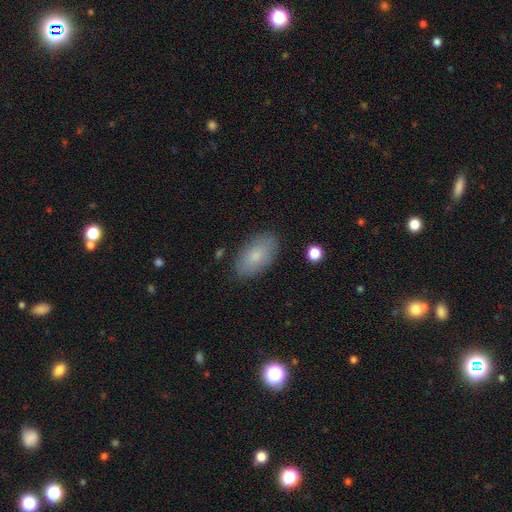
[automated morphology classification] Smooth or featured? Predicted: smooth (p=0.79). How rounded? Predicted: in between (p=0.94). Merging? Predicted: none (p=0.83).